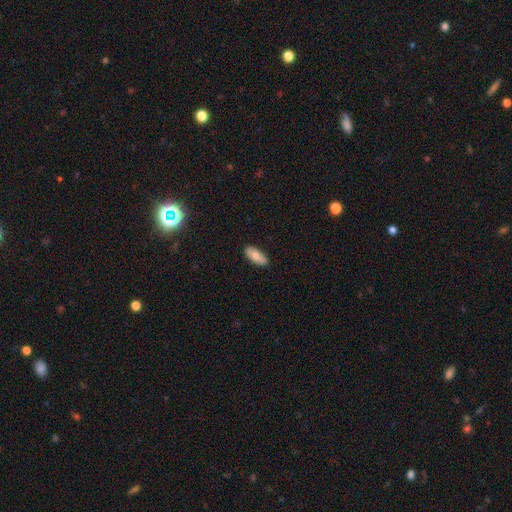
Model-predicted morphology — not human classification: This appears to be a smooth galaxy with no disk features (74%) that is in between round and cigar-shaped (81%). Merging: none (87%).